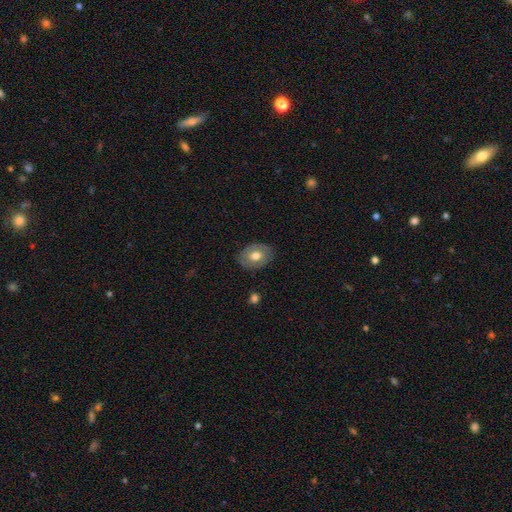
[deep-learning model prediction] Morphology: type=smooth (63%); roundness=in between (69%); merging=none (83%).